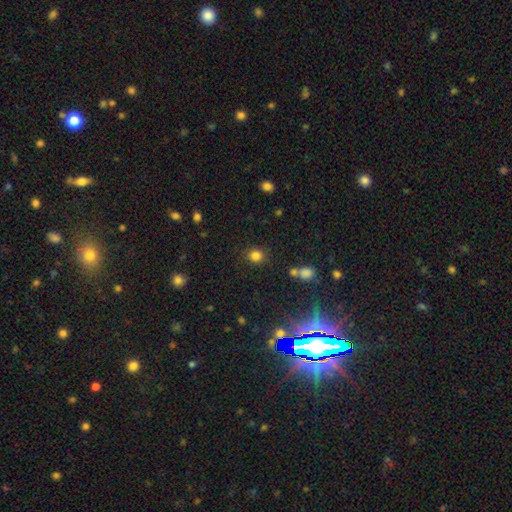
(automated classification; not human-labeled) Smooth or featured: smooth — 81% (star or artifact — 14%)
How rounded: round — 81% (in between — 18%)
Merging: none — 85% (minor disturbance — 8%)